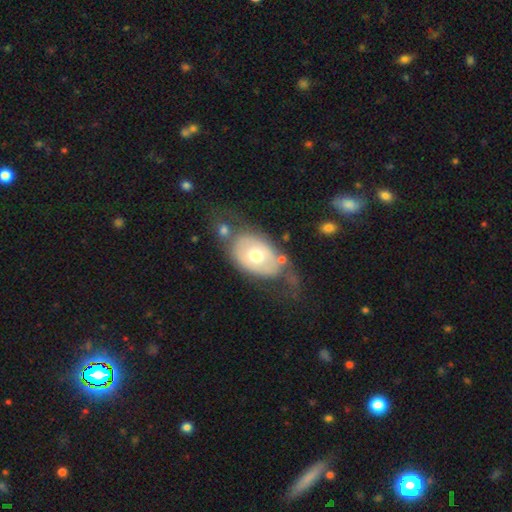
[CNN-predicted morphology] Smooth or featured?
  - featured or disk: 51% *
  - smooth: 43%
  - star or artifact: 6%
Edge-on disk?
  - no: 92% *
  - yes: 8%
Merging?
  - none: 47% *
  - minor disturbance: 22%
  - major disturbance: 21%
  - merger: 10%